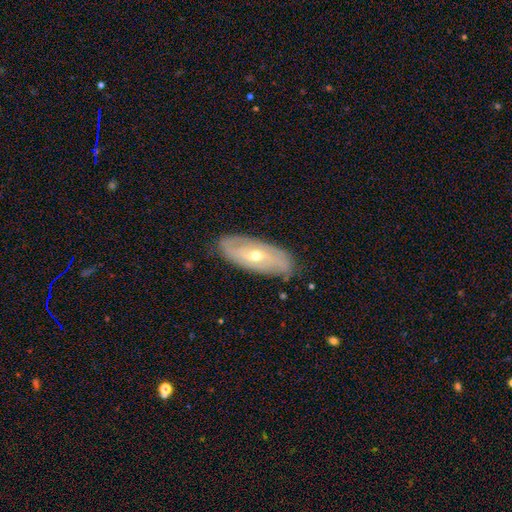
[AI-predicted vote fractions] Q: Smooth or featured?
A: featured or disk (70%); runner-up: smooth (23%)
Q: Edge-on disk?
A: no (83%); runner-up: yes (17%)
Q: Bar?
A: no (52%); runner-up: weak (35%)
Q: Spiral arms?
A: yes (75%); runner-up: no (25%)
Q: Bulge size?
A: moderate (54%); runner-up: small (43%)
Q: Merging?
A: none (82%); runner-up: minor disturbance (14%)